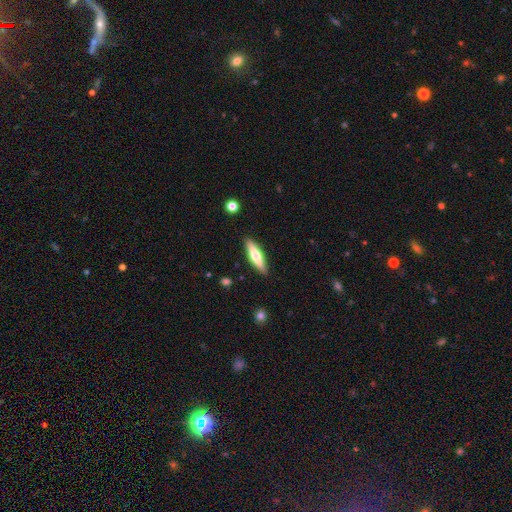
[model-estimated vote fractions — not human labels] smooth-or-featured: smooth: 55% | featured or disk: 40% | star or artifact: 6%
  how-rounded: cigar-shaped: 71% | in between: 27% | round: 2%
  merging: none: 88% | minor disturbance: 9% | major disturbance: 2% | merger: 1%